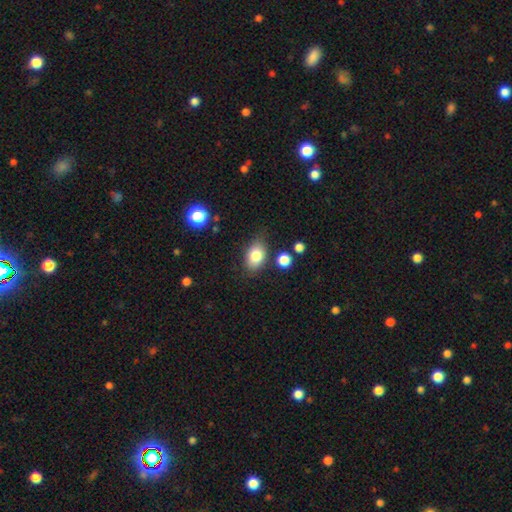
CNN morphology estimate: A smooth galaxy with no disk features (81%) that is in between round and cigar-shaped (81%).

Vote fractions:
- Smooth or featured? smooth: 81% / featured or disk: 10% / star or artifact: 9%
- How rounded? in between: 81% / round: 18% / cigar-shaped: 1%
- Merging? none: 76% / minor disturbance: 16% / merger: 4% / major disturbance: 4%